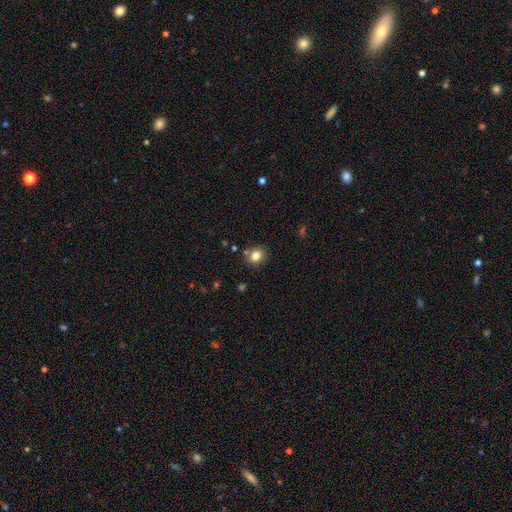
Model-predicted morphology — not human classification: This is clearly a smooth galaxy (81%). How rounded: likely round (73%). Merging: likely none (79%).